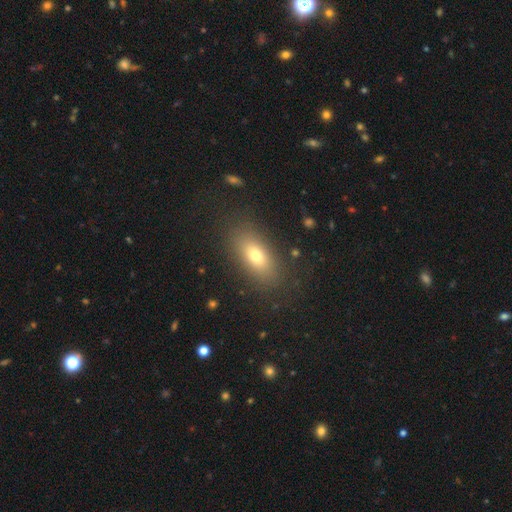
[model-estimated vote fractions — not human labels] A smooth galaxy with no disk features (72%) that is in between round and cigar-shaped (82%). Merging: none (84%).